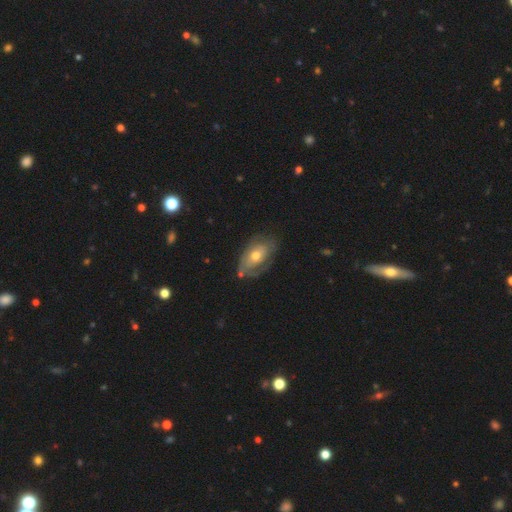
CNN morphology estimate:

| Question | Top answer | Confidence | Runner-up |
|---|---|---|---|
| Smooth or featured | featured or disk | 62% | smooth (31%) |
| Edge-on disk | no | 92% | yes (8%) |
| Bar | no | 76% | weak (20%) |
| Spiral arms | yes | 69% | no (31%) |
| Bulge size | moderate | 65% | small (28%) |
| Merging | none | 61% | minor disturbance (25%) |